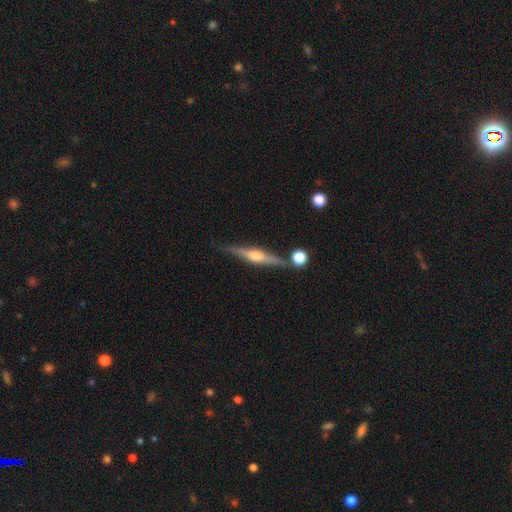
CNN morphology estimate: featured or disk 77%, smooth 17%, star or artifact 6%. Down the decision tree: edge-on disk — yes (98%); edge-on bulge — rounded (88%); merging — none (82%).